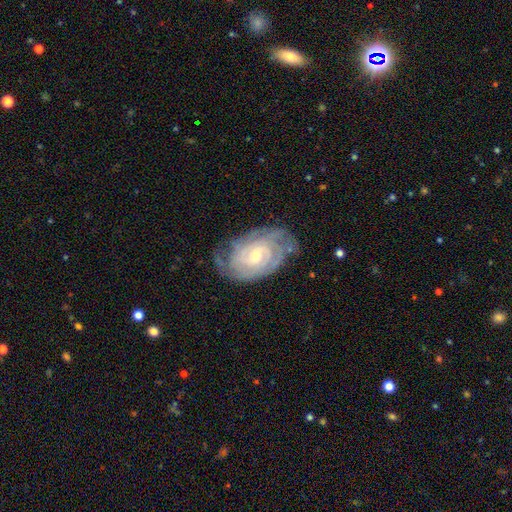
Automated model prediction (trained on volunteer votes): Overall: featured or disk (84%). Edge-on disk: no (96%). Bar: no (49%; weak 43%). Spiral arms: yes (94%). Spiral arm count: can't tell (42%; 2 24%). Spiral winding: tight (74%). Bulge size: small (51%; moderate 44%). Merging: none (69%).